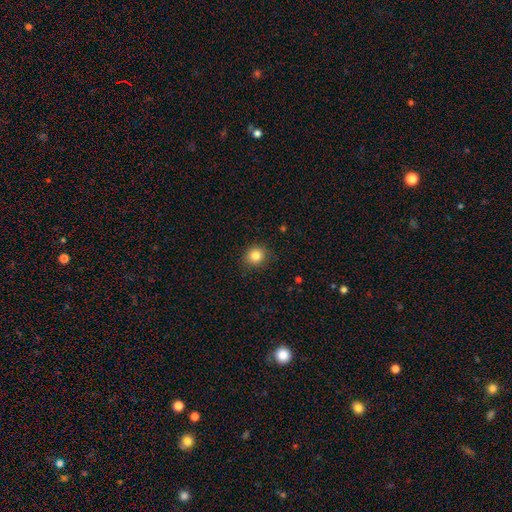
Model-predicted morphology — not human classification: Overall: smooth (84%). How rounded: round (84%). Merging: none (88%).